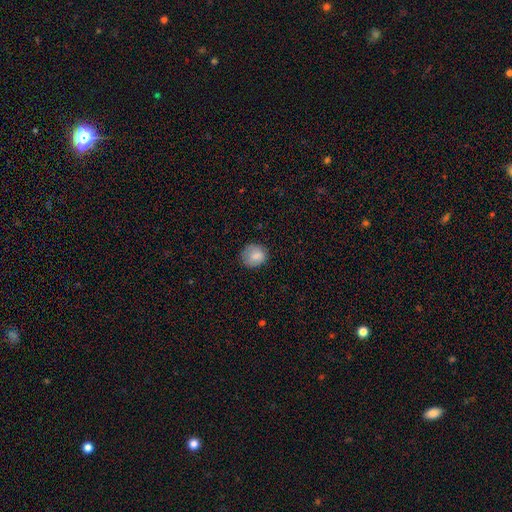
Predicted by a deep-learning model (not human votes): Smooth or featured? smooth (83%)
How rounded? round (79%)
Merging? none (77%)